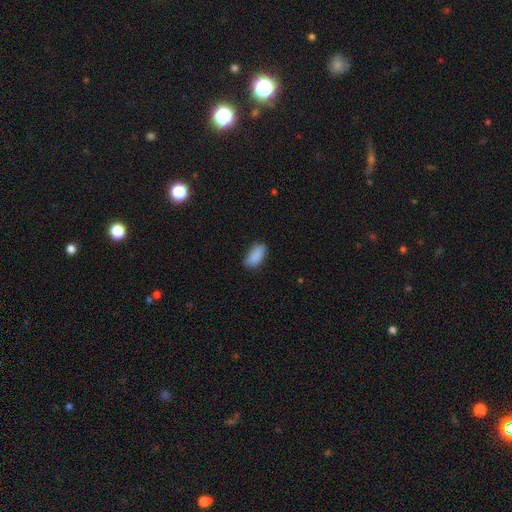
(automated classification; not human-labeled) Q: Smooth or featured?
A: smooth (88%); runner-up: star or artifact (7%)
Q: How rounded?
A: in between (90%); runner-up: cigar-shaped (8%)
Q: Merging?
A: none (76%); runner-up: minor disturbance (20%)